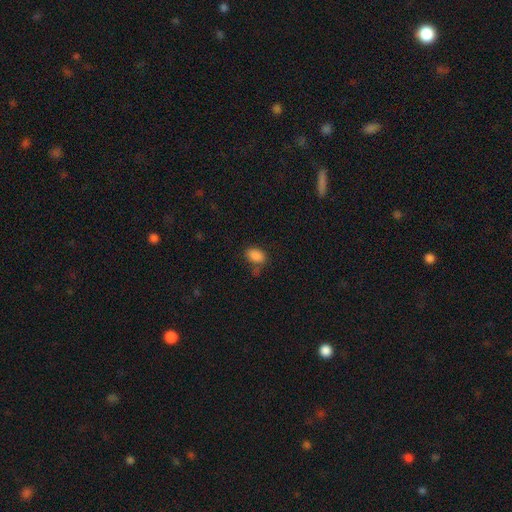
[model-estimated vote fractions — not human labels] smooth-or-featured: smooth: 86% | star or artifact: 10% | featured or disk: 4%
  how-rounded: in between: 87% | round: 12% | cigar-shaped: 1%
  merging: none: 66% | minor disturbance: 20% | merger: 8% | major disturbance: 7%